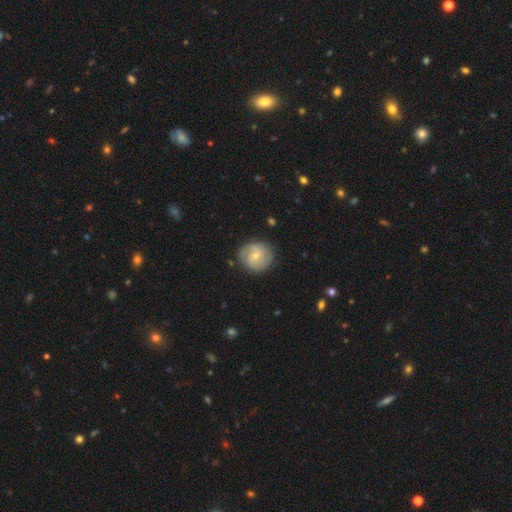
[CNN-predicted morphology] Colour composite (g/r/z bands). It shows a featured or disk galaxy (71%) with no bar (52%), 2 (63%) tight (48%) spiral arms (91%) and a small central bulge (65%). Merging: none (80%).